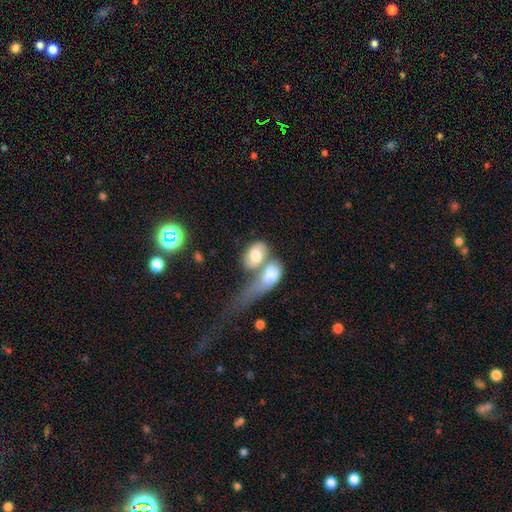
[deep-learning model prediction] Smooth or featured?
  - smooth: 61% *
  - featured or disk: 32%
  - star or artifact: 7%
How rounded?
  - in between: 79% *
  - round: 17%
  - cigar-shaped: 4%
Merging?
  - merger: 65% *
  - none: 15%
  - major disturbance: 12%
  - minor disturbance: 8%